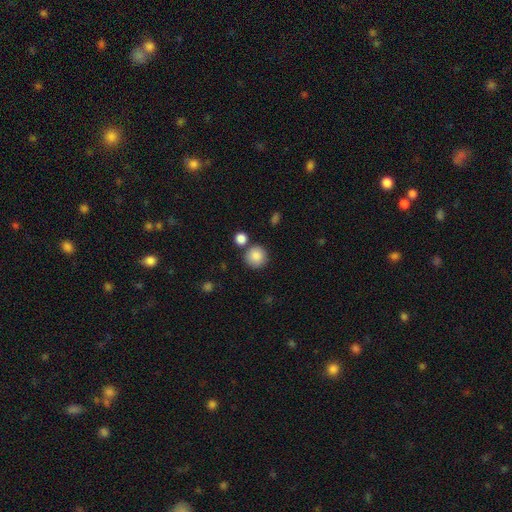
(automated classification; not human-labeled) Smooth or featured? Predicted: smooth (p=0.87). How rounded? Predicted: round (p=0.93). Merging? Predicted: none (p=0.78).